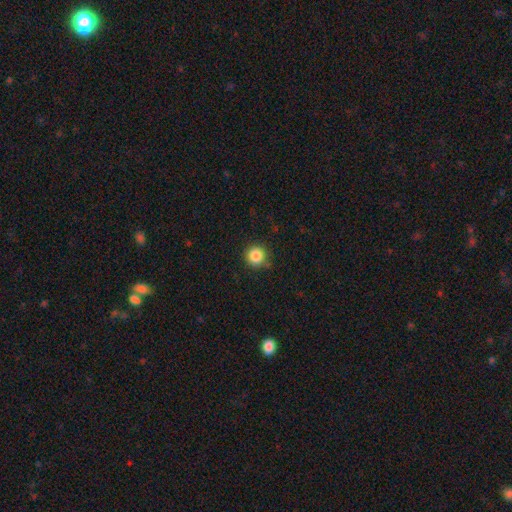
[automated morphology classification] Smooth or featured? Predicted: smooth (p=0.86). How rounded? Predicted: round (p=0.95). Merging? Predicted: none (p=0.87).